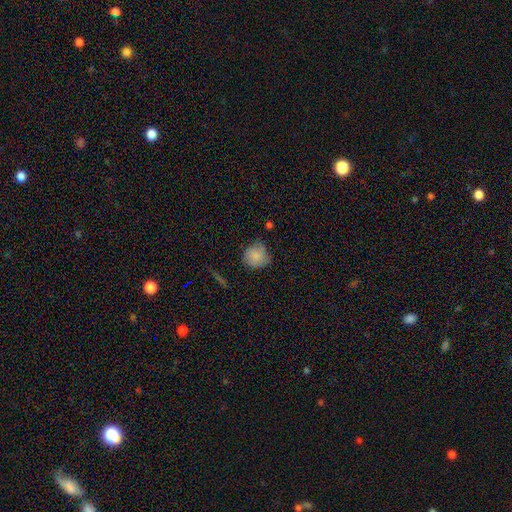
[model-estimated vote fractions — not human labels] smooth_or_featured: smooth (p=0.82) [alt: featured or disk p=0.10]
how_rounded: round (p=0.84) [alt: in between p=0.15]
merging: none (p=0.62) [alt: minor disturbance p=0.30]